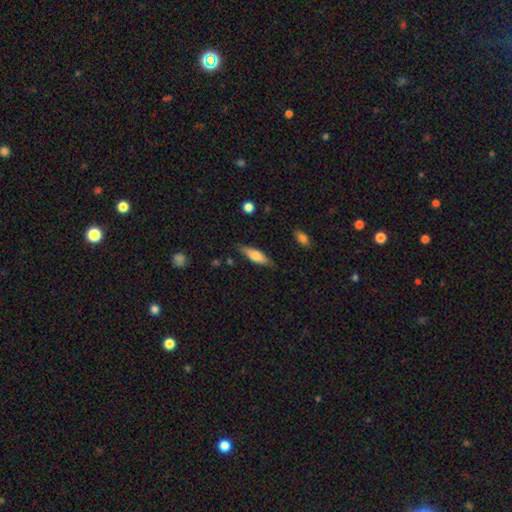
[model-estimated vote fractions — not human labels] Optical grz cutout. It shows a smooth galaxy with no disk features (66%) that is cigar-shaped (55%). Merging: none (81%).